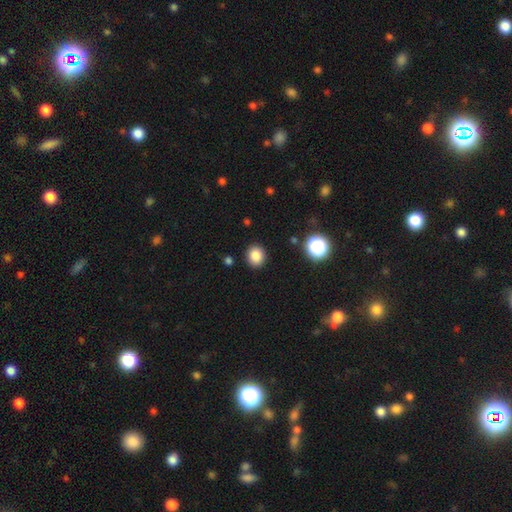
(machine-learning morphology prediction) Smooth or featured?
  - smooth: 84% *
  - star or artifact: 11%
  - featured or disk: 4%
How rounded?
  - round: 77% *
  - in between: 22%
  - cigar-shaped: 1%
Merging?
  - none: 90% *
  - minor disturbance: 6%
  - major disturbance: 2%
  - merger: 1%